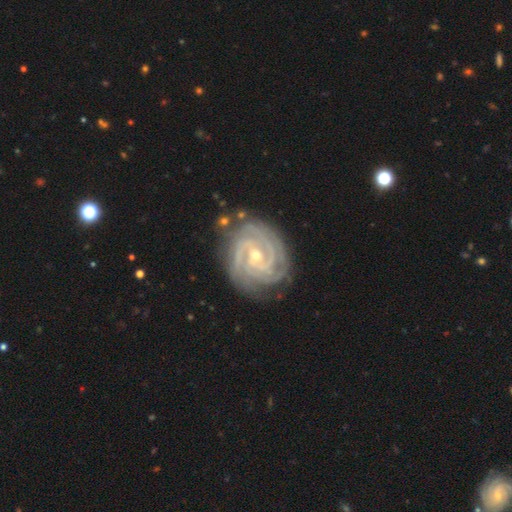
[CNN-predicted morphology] smooth-or-featured: featured or disk: 92% | star or artifact: 4% | smooth: 3%
  disk-edge-on: no: 98% | yes: 2%
    bar: no: 44% | weak: 39% | strong: 17%
    has-spiral-arms: yes: 99% | no: 1%
      spiral-winding: tight: 81% | medium: 17% | loose: 2%
      spiral-arm-count: 3: 31% | 4: 25% | 2: 18% | can't tell: 12% | more than 4: 8% | 1: 6%
    bulge-size: small: 61% | moderate: 36% | large: 1% | none: 1% | dominant: 1%
  merging: none: 77% | minor disturbance: 16% | major disturbance: 4% | merger: 2%